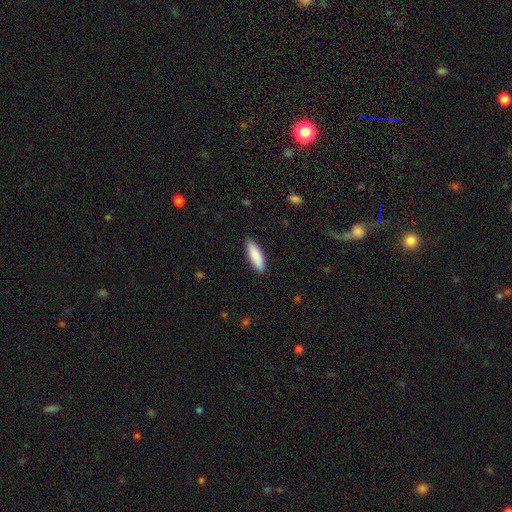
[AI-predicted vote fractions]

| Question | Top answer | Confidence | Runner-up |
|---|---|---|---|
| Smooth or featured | smooth | 87% | featured or disk (8%) |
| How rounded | in between | 49% | tied: cigar-shaped (49%) |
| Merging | none | 87% | minor disturbance (10%) |